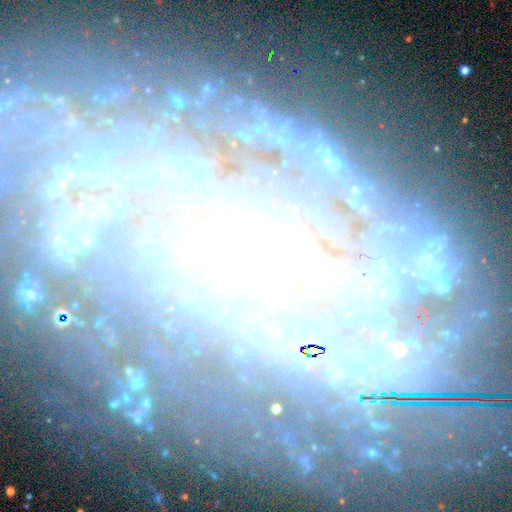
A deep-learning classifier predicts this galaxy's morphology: A featured or disk galaxy (67%) with no bar (50%), spiral arms (67%) and a small central bulge (44%). Merging: none (60%).